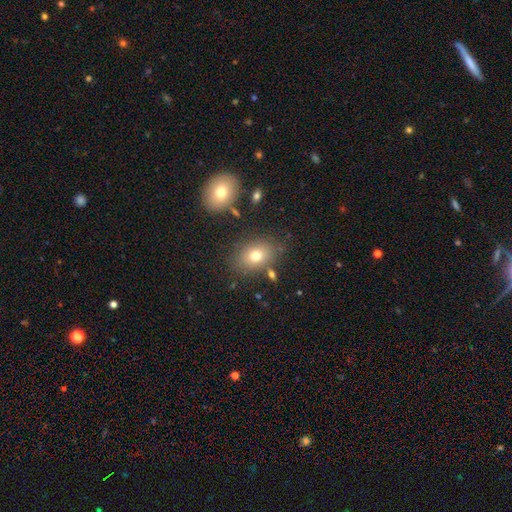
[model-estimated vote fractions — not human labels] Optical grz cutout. It shows a smooth galaxy with no disk features (73%) that is in between round and cigar-shaped (72%). Merging: none (76%).